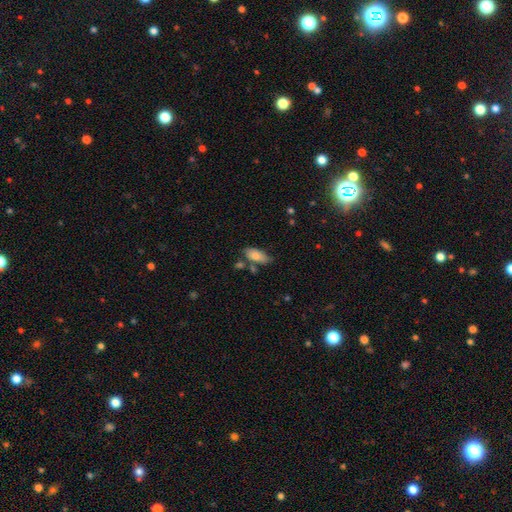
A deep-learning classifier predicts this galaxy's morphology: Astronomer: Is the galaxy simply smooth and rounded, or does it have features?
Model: smooth — 78%.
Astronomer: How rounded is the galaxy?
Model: in between — 87%.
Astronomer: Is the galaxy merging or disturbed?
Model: none — 60%.